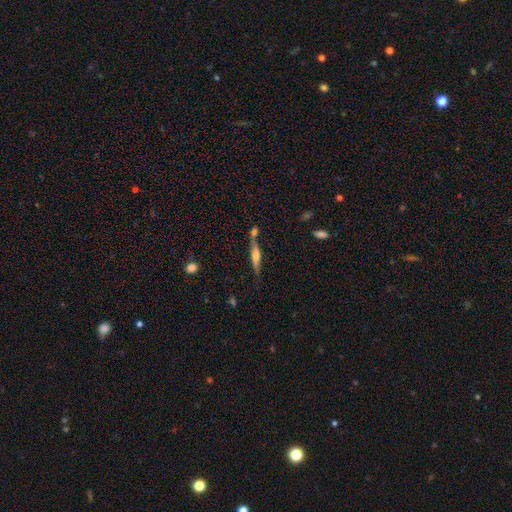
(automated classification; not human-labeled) Smooth or featured? featured or disk (60%)
Edge-on disk? yes (94%)
Edge-on bulge? rounded (78%)
Merging? none (64%)